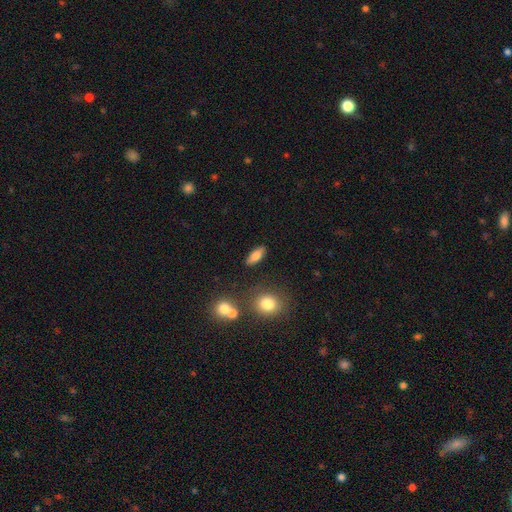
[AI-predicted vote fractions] This appears to be a smooth galaxy with no disk features (74%) that is in between round and cigar-shaped (72%). Merging: none (86%).